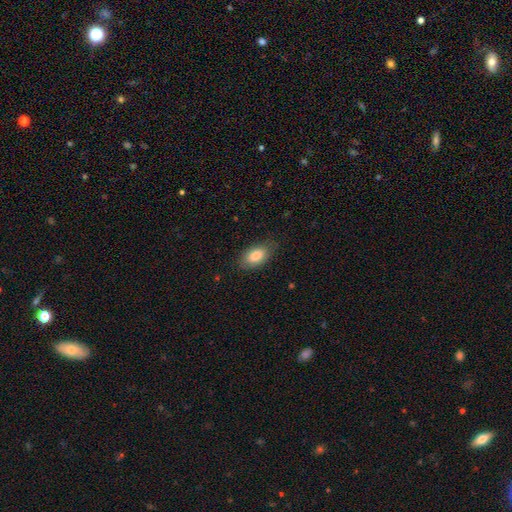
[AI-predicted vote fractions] Smooth or featured? Predicted: smooth (p=0.84). How rounded? Predicted: in between (p=0.92). Merging? Predicted: none (p=0.81).